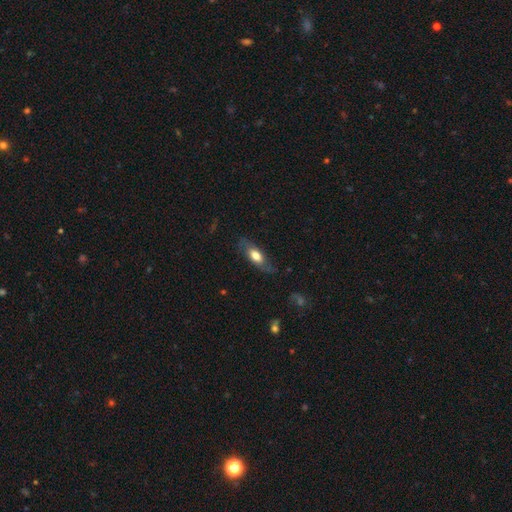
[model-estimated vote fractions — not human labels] Smooth or featured?
  - smooth: 59% *
  - featured or disk: 35%
  - star or artifact: 6%
How rounded?
  - in between: 73% *
  - cigar-shaped: 23%
  - round: 4%
Merging?
  - none: 69% *
  - minor disturbance: 21%
  - major disturbance: 8%
  - merger: 1%